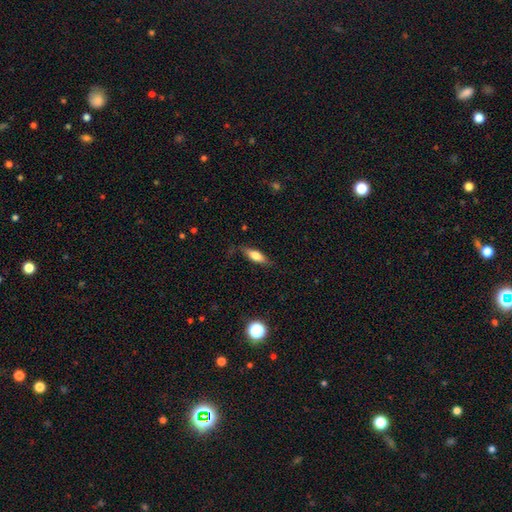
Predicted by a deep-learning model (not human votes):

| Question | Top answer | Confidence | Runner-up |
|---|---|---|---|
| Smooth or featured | smooth | 66% | featured or disk (27%) |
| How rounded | in between | 51% | cigar-shaped (46%) |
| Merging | none | 76% | minor disturbance (17%) |